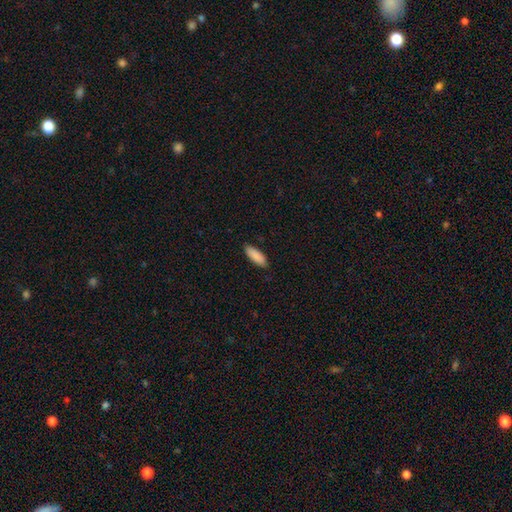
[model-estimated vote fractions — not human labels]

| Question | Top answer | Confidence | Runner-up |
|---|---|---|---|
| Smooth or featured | smooth | 90% | star or artifact (6%) |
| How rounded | in between | 63% | cigar-shaped (35%) |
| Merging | none | 86% | minor disturbance (11%) |